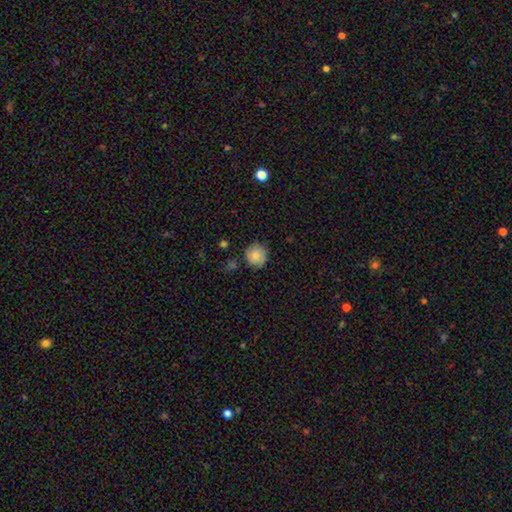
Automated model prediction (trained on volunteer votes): smooth_or_featured: smooth (p=0.81) [alt: featured or disk p=0.12]
how_rounded: round (p=0.91) [alt: in between p=0.08]
merging: none (p=0.81) [alt: minor disturbance p=0.14]